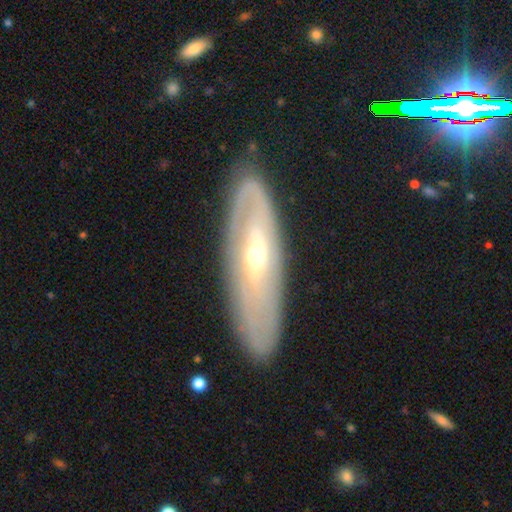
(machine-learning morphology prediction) Smooth or featured? featured or disk (75%)
Edge-on disk? no (70%)
Bar? no (54%)
Spiral arms? yes (64%)
Bulge size? small (52%)
Merging? none (83%)